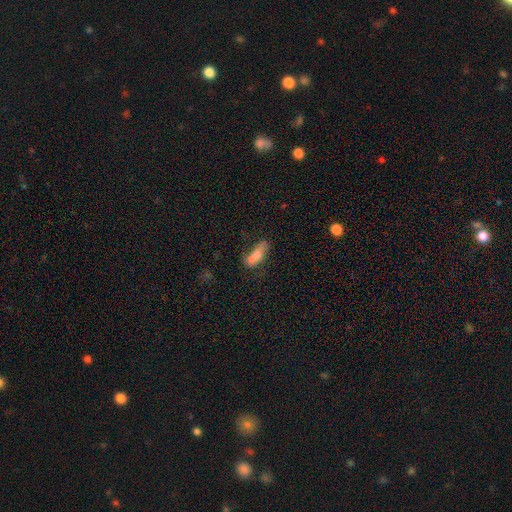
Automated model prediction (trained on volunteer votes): A smooth galaxy with no disk features (66%) that is in between round and cigar-shaped (65%). Merging: merger (38%).